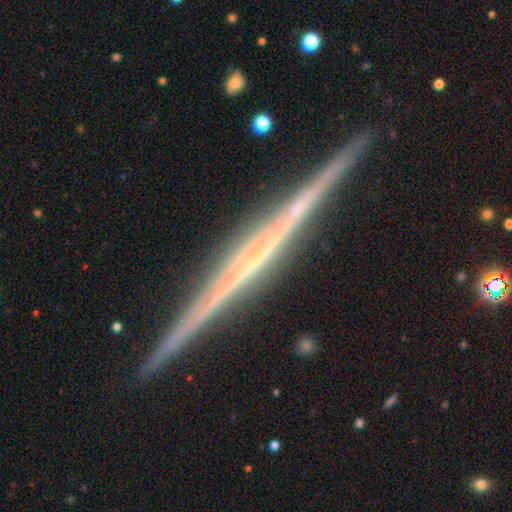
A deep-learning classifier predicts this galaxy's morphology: Smooth or featured?
  - featured or disk: 84% *
  - smooth: 9%
  - star or artifact: 7%
Edge-on disk?
  - yes: 98% *
  - no: 2%
Edge-on bulge?
  - none: 69% *
  - rounded: 20%
  - boxy: 12%
Merging?
  - none: 92% *
  - minor disturbance: 6%
  - major disturbance: 1%
  - merger: 1%